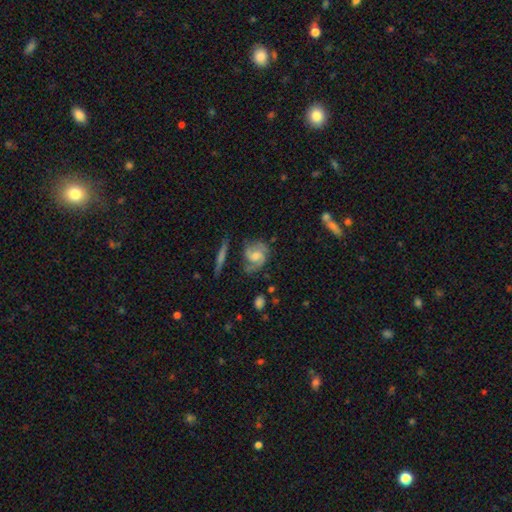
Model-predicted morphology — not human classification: Smooth or featured? featured or disk (76%)
Edge-on disk? no (97%)
Bar? no (52%)
Spiral arms? yes (93%)
Spiral winding? medium (49%)
Spiral arm count? 2 (76%)
Bulge size? moderate (45%)
Merging? none (59%)